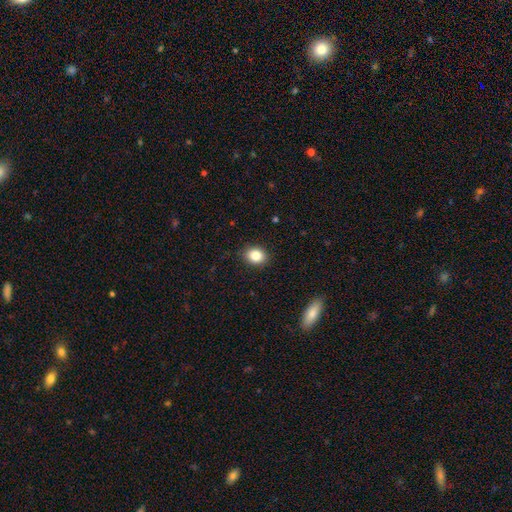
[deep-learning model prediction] A smooth galaxy with no disk features (85%) that is in between round and cigar-shaped (50%). Merging: none (88%).